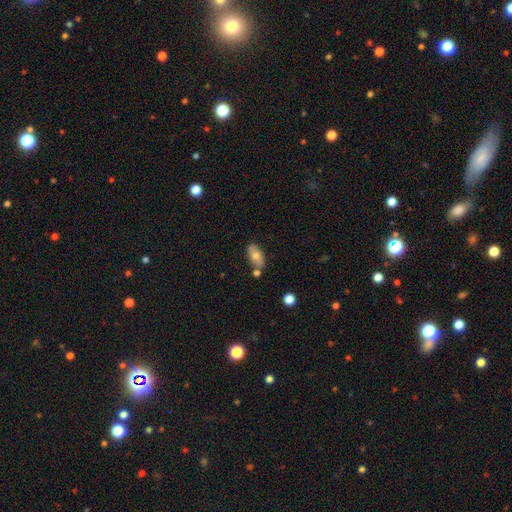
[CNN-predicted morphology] Smooth or featured?
  - smooth: 66% *
  - featured or disk: 27%
  - star or artifact: 7%
How rounded?
  - in between: 85% *
  - cigar-shaped: 10%
  - round: 5%
Merging?
  - none: 73% *
  - minor disturbance: 14%
  - merger: 9%
  - major disturbance: 3%